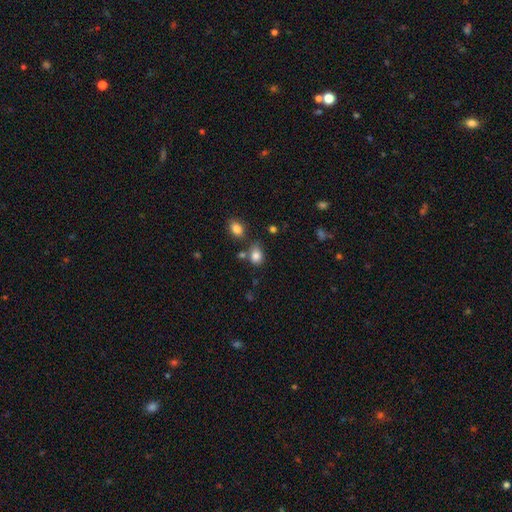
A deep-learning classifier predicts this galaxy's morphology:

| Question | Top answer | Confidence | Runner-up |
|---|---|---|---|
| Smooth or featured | smooth | 83% | star or artifact (11%) |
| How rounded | in between | 57% | round (42%) |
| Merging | none | 59% | minor disturbance (21%) |